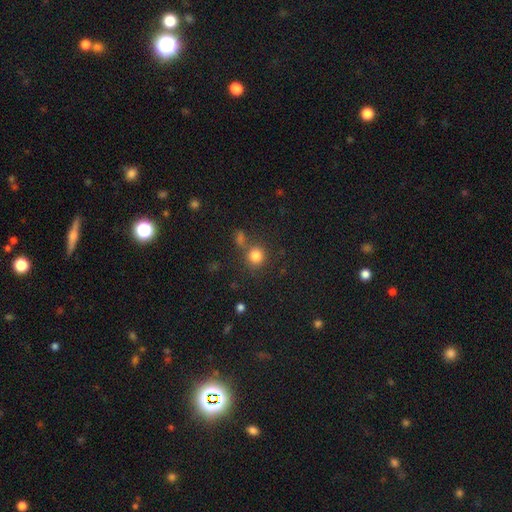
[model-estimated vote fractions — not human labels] A smooth galaxy with no disk features (81%) that is round (88%).

Vote fractions:
- Smooth or featured? smooth: 81% / star or artifact: 13% / featured or disk: 6%
- How rounded? round: 88% / in between: 11% / cigar-shaped: 1%
- Merging? none: 70% / merger: 16% / minor disturbance: 10% / major disturbance: 4%